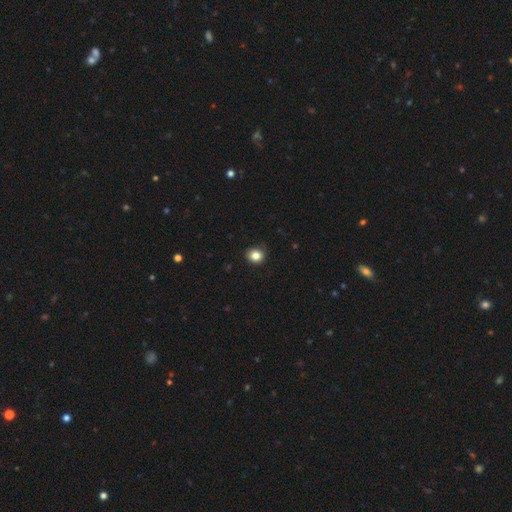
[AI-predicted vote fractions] This is clearly a smooth galaxy (84%). How rounded: clearly round (81%). Merging: clearly none (89%).